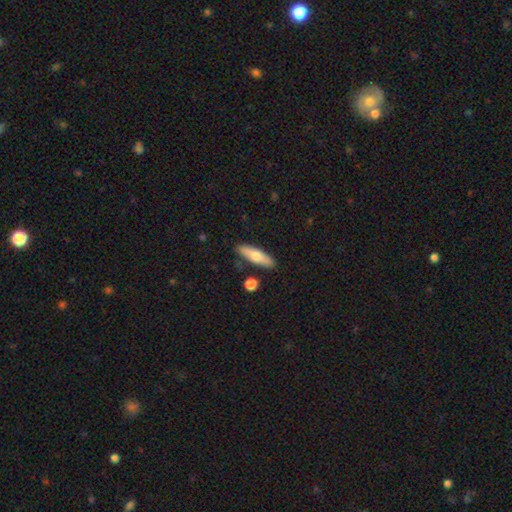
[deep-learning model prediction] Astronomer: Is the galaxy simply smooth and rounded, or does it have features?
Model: smooth — 65%.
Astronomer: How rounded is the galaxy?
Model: cigar-shaped — 61% (runner-up: in between, 37%).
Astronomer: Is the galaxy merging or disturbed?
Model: none — 85%.